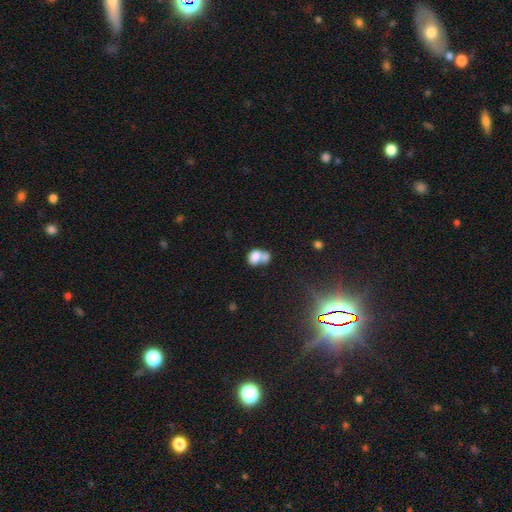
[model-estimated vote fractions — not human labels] Smooth or featured?
  - smooth: 72% *
  - featured or disk: 17%
  - star or artifact: 10%
How rounded?
  - in between: 68% *
  - round: 31%
  - cigar-shaped: 1%
Merging?
  - merger: 65% *
  - none: 19%
  - minor disturbance: 9%
  - major disturbance: 8%